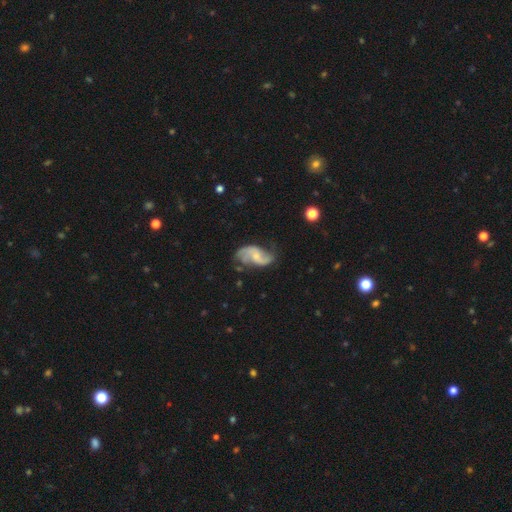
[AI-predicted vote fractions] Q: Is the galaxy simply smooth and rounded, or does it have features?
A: featured or disk — 81%.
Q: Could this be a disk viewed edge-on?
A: no — 97%.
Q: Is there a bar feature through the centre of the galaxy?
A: no — 54%.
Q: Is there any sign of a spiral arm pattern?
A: yes — 94%.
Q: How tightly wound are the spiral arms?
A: loose — 52%.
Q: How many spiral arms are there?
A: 2 — 84%.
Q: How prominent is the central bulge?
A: small — 54%.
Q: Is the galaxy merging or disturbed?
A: none — 59%.